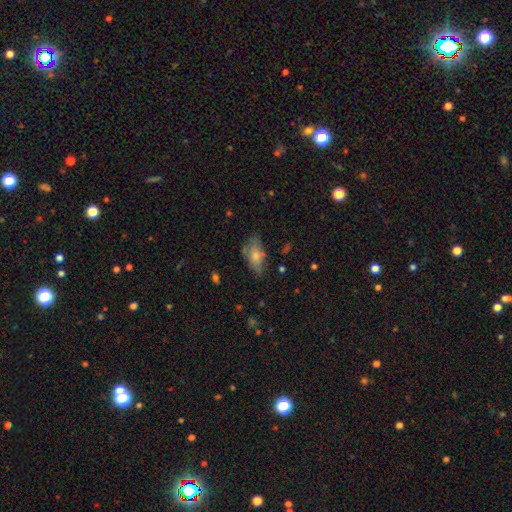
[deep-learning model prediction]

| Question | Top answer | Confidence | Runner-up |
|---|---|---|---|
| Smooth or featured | smooth | 72% | featured or disk (20%) |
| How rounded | in between | 90% | cigar-shaped (5%) |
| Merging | none | 59% | minor disturbance (28%) |